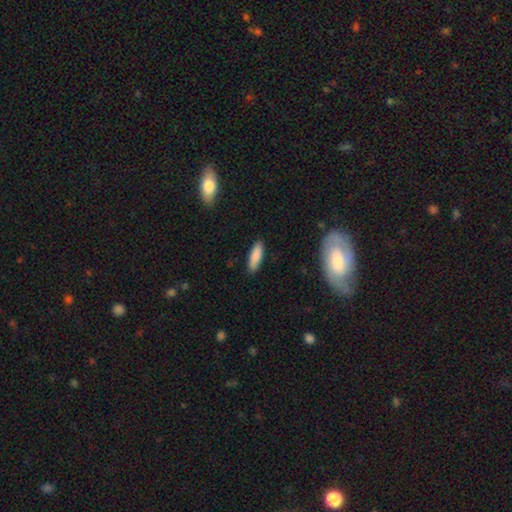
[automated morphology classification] A smooth galaxy with no disk features (85%) that is cigar-shaped (53%).

Vote fractions:
- Smooth or featured? smooth: 85% / featured or disk: 9% / star or artifact: 6%
- How rounded? cigar-shaped: 53% / in between: 46% / round: 2%
- Merging? none: 88% / minor disturbance: 9% / major disturbance: 2% / merger: 1%